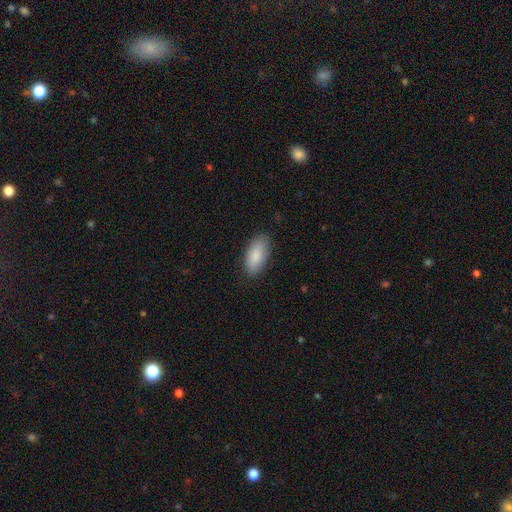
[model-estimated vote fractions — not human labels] smooth-or-featured: smooth: 87% | featured or disk: 8% | star or artifact: 6%
  how-rounded: in between: 90% | cigar-shaped: 8% | round: 2%
  merging: none: 85% | minor disturbance: 11% | major disturbance: 3% | merger: 1%